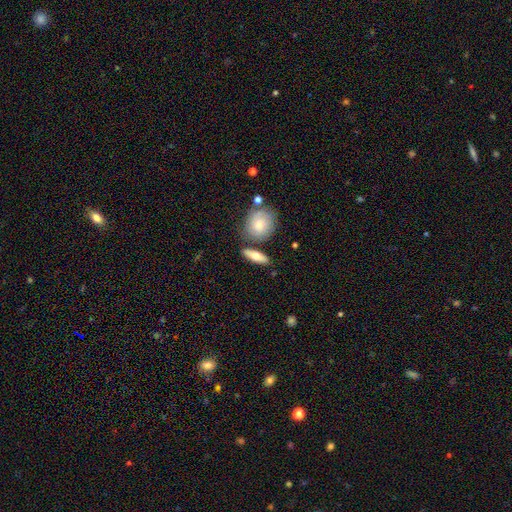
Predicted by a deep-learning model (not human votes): The model was most divided on "how rounded": in between: 53%, cigar-shaped: 40%, round: 6%. More confident: merging — none (74%); smooth or featured — smooth (60%).